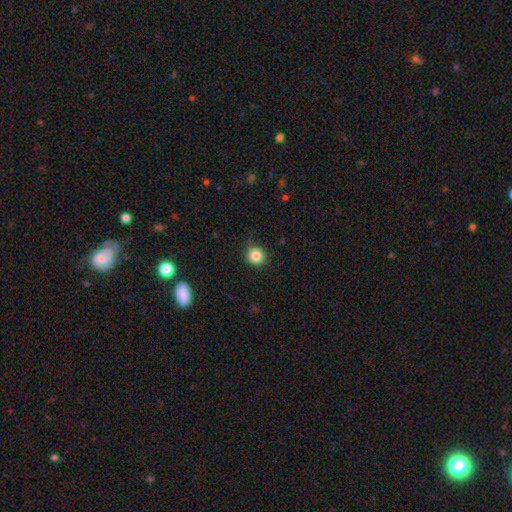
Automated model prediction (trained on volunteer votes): Smooth or featured? smooth (85%)
How rounded? round (90%)
Merging? none (83%)